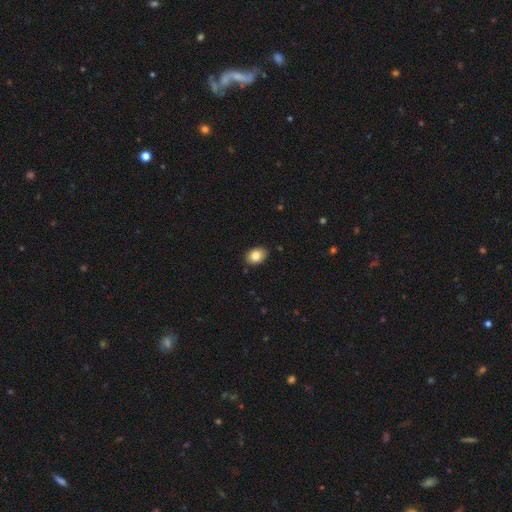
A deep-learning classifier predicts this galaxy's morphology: Smooth or featured? Predicted: smooth (p=0.85). How rounded? Predicted: in between (p=0.77). Merging? Predicted: none (p=0.86).